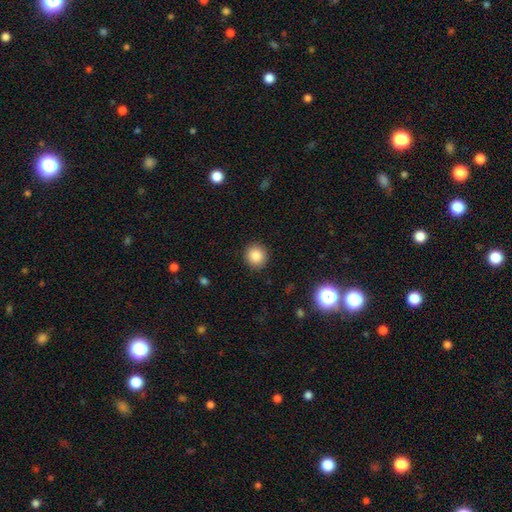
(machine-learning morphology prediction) A smooth galaxy with no disk features (85%) that is round (90%). Merging: none (91%).